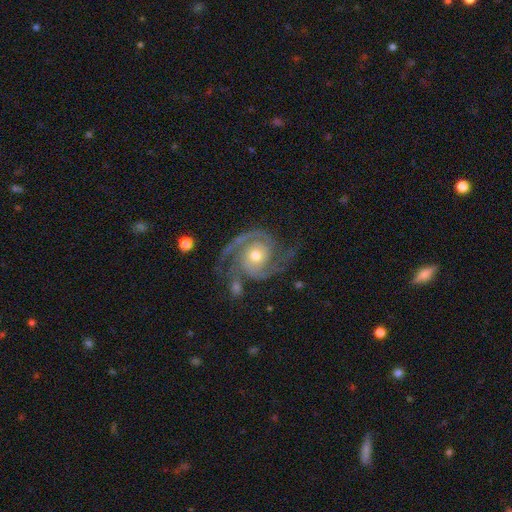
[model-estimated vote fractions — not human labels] This is clearly a featured or disk galaxy (92%). It is clearly not viewed edge-on (98%). Bar: likely no (74%). Spiral arm pattern: clearly yes (98%). Spiral arm count: likely 2 (77%). Spiral winding: possibly medium (48%). Central bulge: likely moderate (65%). Merging: likely none (67%).